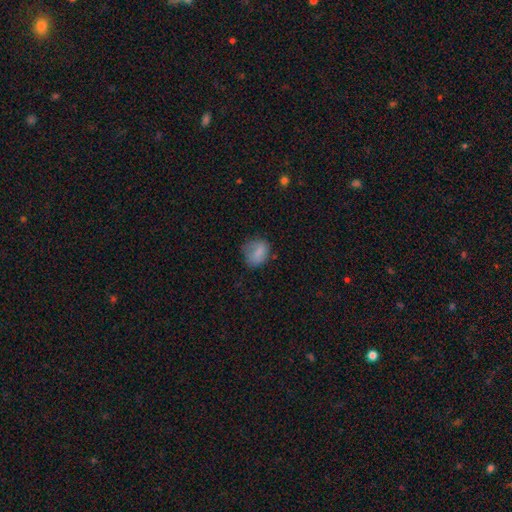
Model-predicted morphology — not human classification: Smooth or featured? smooth (79%)
How rounded? round (52%)
Merging? none (58%)